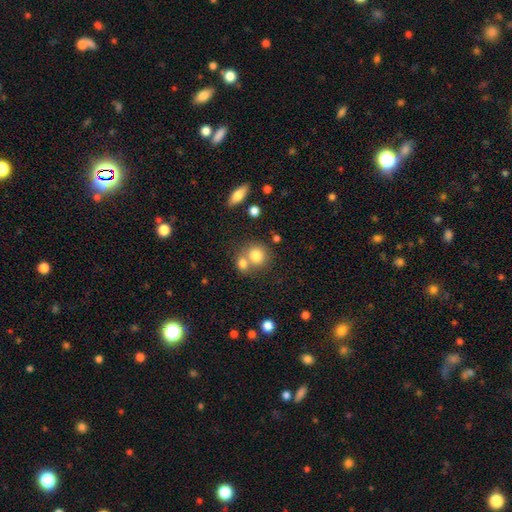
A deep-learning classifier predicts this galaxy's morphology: Q: Smooth or featured?
A: smooth (79%); runner-up: featured or disk (11%)
Q: How rounded?
A: round (82%); runner-up: in between (17%)
Q: Merging?
A: none (47%); runner-up: merger (42%)